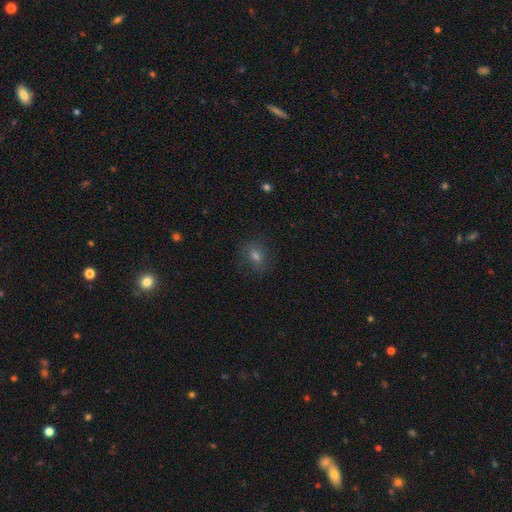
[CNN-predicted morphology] Overall: smooth (56%; star or artifact 23%). How rounded: round (64%; in between 34%). Merging: none (79%).